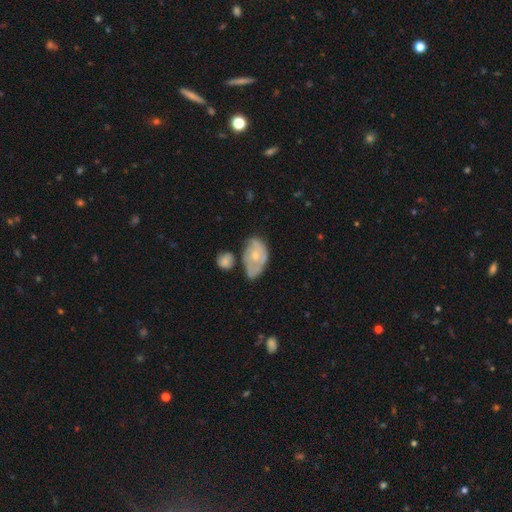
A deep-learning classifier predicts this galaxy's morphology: A featured or disk galaxy (50%). Merging: minor disturbance (35%, tied with none).